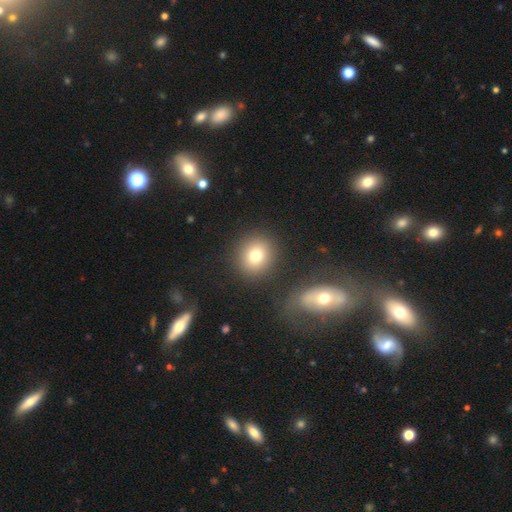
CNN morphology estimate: type=smooth (77%); roundness=round (83%); merging=none (85%).